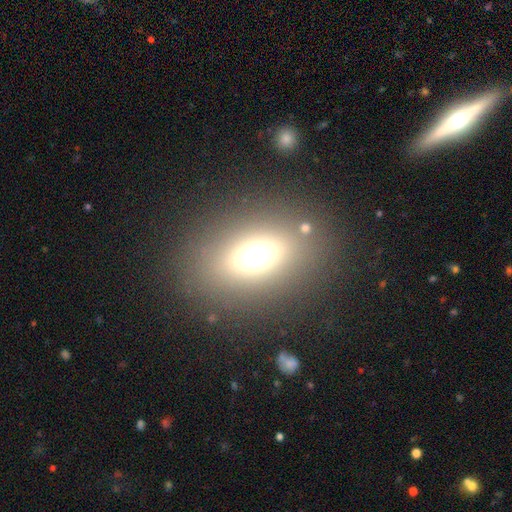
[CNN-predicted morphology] Smooth or featured: smooth — 63% (featured or disk — 19%)
How rounded: in between — 73% (round — 22%)
Merging: none — 83% (minor disturbance — 9%)